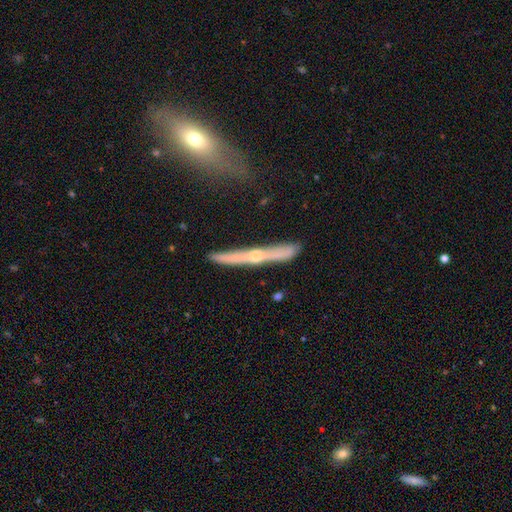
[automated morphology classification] smooth_or_featured: featured or disk (p=0.65) [alt: smooth p=0.29]
disk_edge_on: yes (p=0.95) [alt: no p=0.05]
edge_on_bulge: rounded (p=0.73) [alt: none p=0.22]
merging: none (p=0.78) [alt: minor disturbance p=0.15]